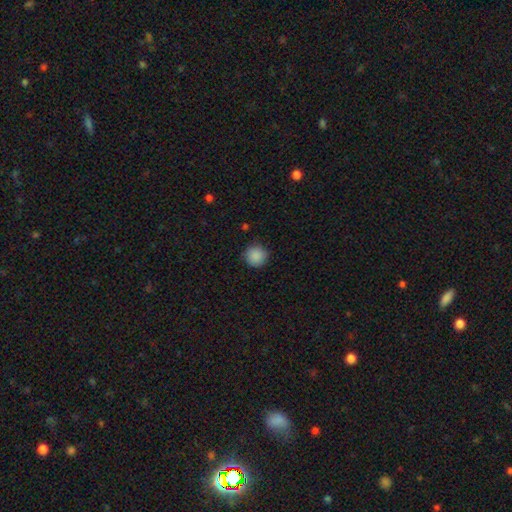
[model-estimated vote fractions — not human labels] Smooth or featured? Predicted: smooth (p=0.88). How rounded? Predicted: round (p=0.95). Merging? Predicted: none (p=0.89).